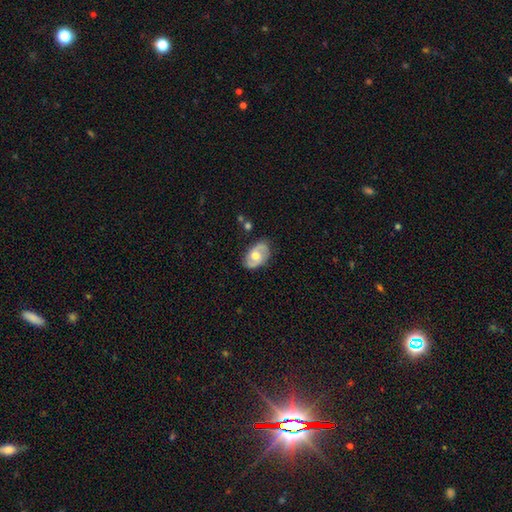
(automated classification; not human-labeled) Smooth or featured? featured or disk (59%)
Edge-on disk? no (94%)
Bar? no (61%)
Spiral arms? yes (66%)
Bulge size? moderate (71%)
Merging? none (78%)